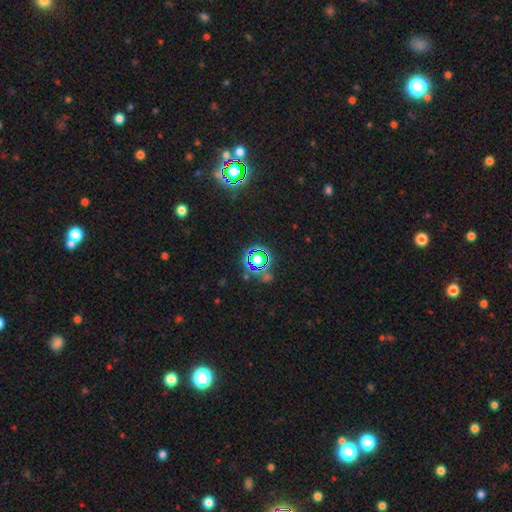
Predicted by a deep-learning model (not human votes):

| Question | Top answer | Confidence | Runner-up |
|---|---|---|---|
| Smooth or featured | star or artifact | 63% | smooth (27%) |